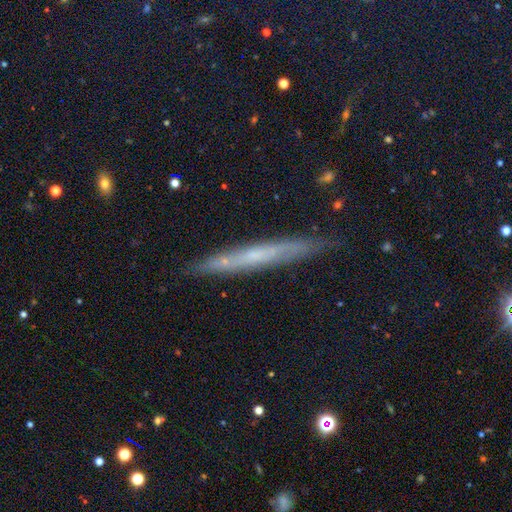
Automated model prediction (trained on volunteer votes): Smooth or featured? featured or disk (44%)
Merging? none (87%)